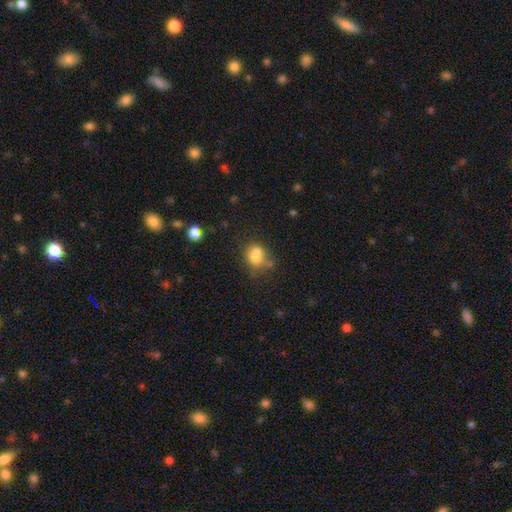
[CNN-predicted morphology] A smooth galaxy with no disk features (70%) that is round (64%). Merging: merger (42%).